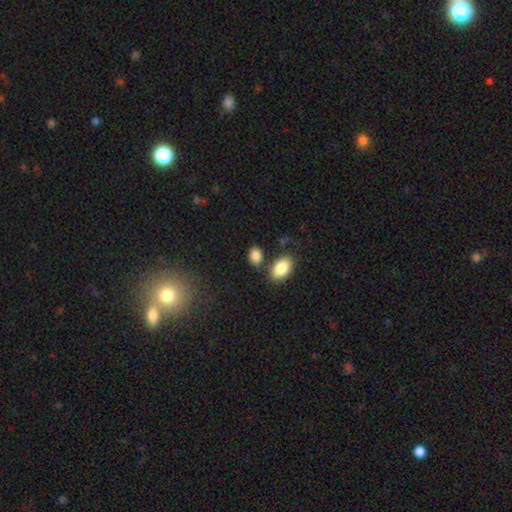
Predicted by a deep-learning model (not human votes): Smooth or featured? Predicted: smooth (p=0.86). How rounded? Predicted: in between (p=0.87). Merging? Predicted: none (p=0.67).